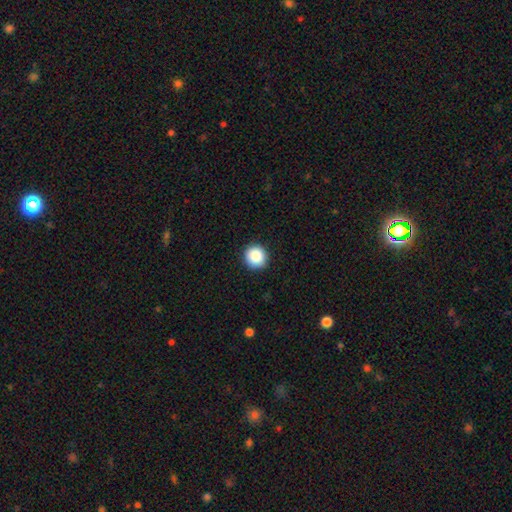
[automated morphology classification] Smooth or featured? smooth (87%)
How rounded? round (93%)
Merging? none (92%)